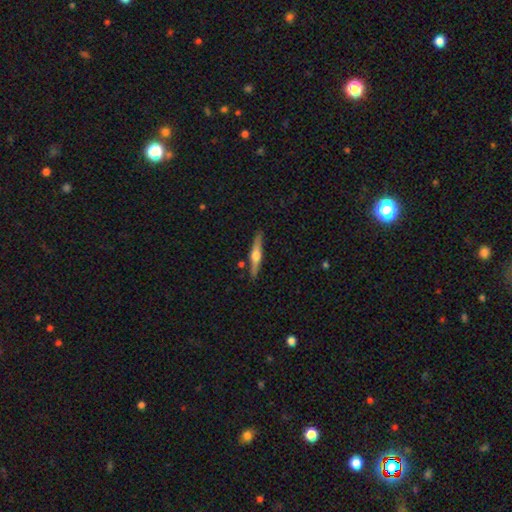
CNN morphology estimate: Smooth or featured? Predicted: featured or disk (p=0.61). Edge-on disk? Predicted: yes (p=0.96). Edge-on bulge? Predicted: rounded (p=0.91). Merging? Predicted: none (p=0.86).